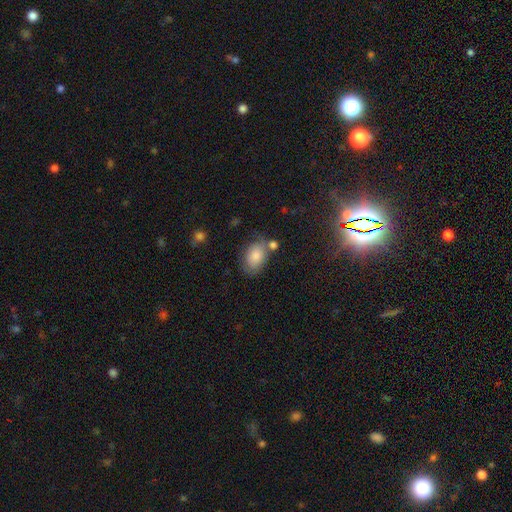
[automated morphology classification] Q: Smooth or featured?
A: smooth (82%); runner-up: featured or disk (10%)
Q: How rounded?
A: in between (87%); runner-up: round (12%)
Q: Merging?
A: none (61%); runner-up: minor disturbance (21%)